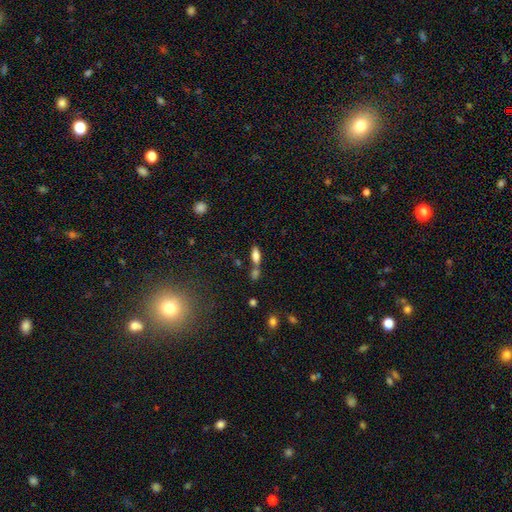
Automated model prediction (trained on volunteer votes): Overall: smooth (75%). How rounded: in between (72%). Merging: none (48%; merger 36%).